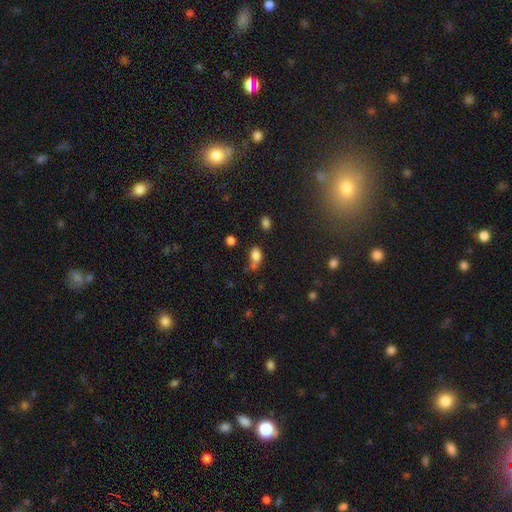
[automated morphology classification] A smooth galaxy with no disk features (80%) that is in between round and cigar-shaped (82%).

Vote fractions:
- Smooth or featured? smooth: 80% / star or artifact: 11% / featured or disk: 8%
- How rounded? in between: 82% / round: 14% / cigar-shaped: 3%
- Merging? none: 44% / minor disturbance: 27% / merger: 18% / major disturbance: 12%